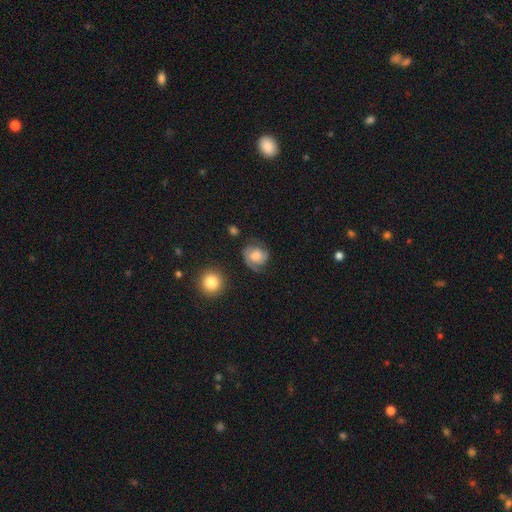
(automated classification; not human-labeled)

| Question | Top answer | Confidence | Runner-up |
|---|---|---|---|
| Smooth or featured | featured or disk | 58% | smooth (34%) |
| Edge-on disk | no | 97% | yes (3%) |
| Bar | no | 70% | weak (26%) |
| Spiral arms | yes | 90% | no (10%) |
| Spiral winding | tight | 50% | medium (37%) |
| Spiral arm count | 2 | 60% | can't tell (16%) |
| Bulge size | large | 37% | tied: moderate (37%) |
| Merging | none | 62% | minor disturbance (22%) |